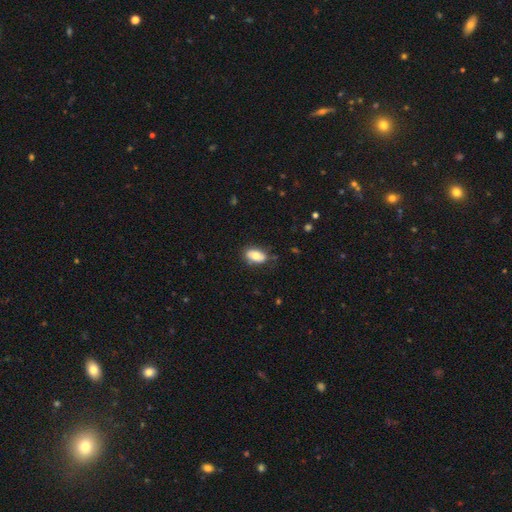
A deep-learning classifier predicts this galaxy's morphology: A smooth galaxy with no disk features (72%) that is in between round and cigar-shaped (90%).

Vote fractions:
- Smooth or featured? smooth: 72% / featured or disk: 20% / star or artifact: 7%
- How rounded? in between: 90% / round: 8% / cigar-shaped: 3%
- Merging? none: 75% / minor disturbance: 19% / major disturbance: 4% / merger: 2%